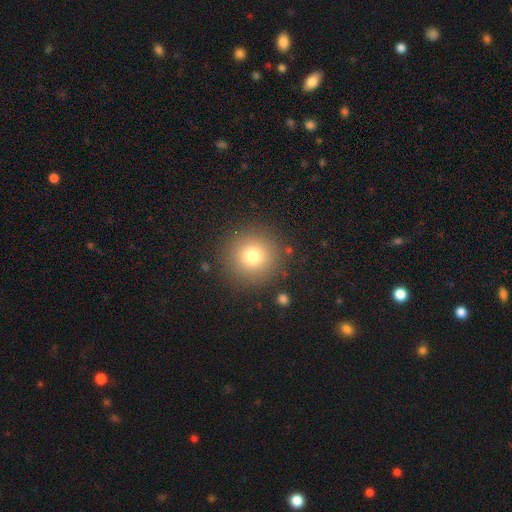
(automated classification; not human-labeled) A smooth galaxy with no disk features (76%) that is round (95%). Merging: none (88%).